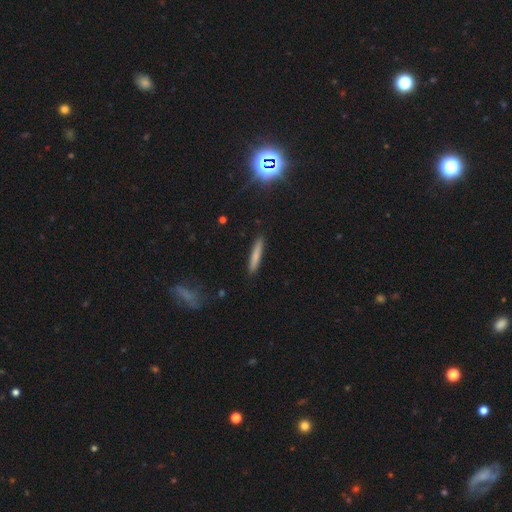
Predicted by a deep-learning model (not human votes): Smooth or featured: smooth — 74% (featured or disk — 18%)
How rounded: cigar-shaped — 94% (in between — 5%)
Merging: none — 89% (minor disturbance — 8%)